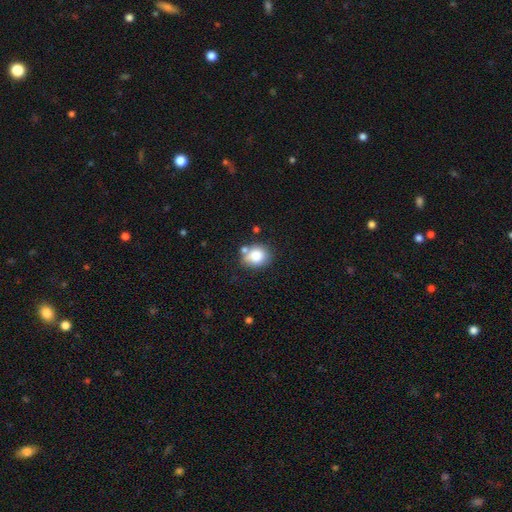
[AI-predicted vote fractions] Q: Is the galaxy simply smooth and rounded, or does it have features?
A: smooth — 83%.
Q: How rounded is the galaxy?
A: round — 62%.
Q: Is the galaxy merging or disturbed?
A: none — 63%.